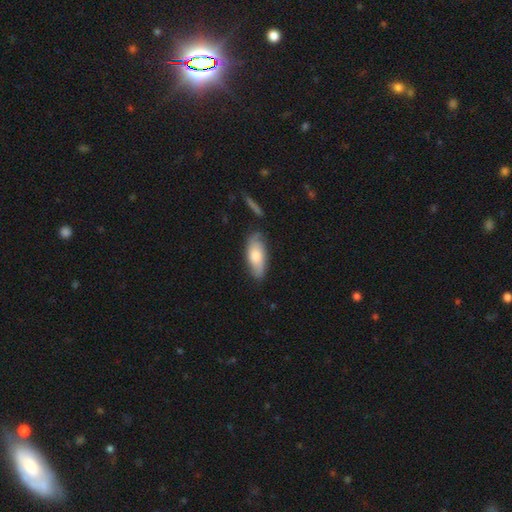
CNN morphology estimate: Q: Smooth or featured?
A: smooth (65%); runner-up: featured or disk (29%)
Q: How rounded?
A: in between (79%); runner-up: cigar-shaped (18%)
Q: Merging?
A: none (75%); runner-up: minor disturbance (18%)